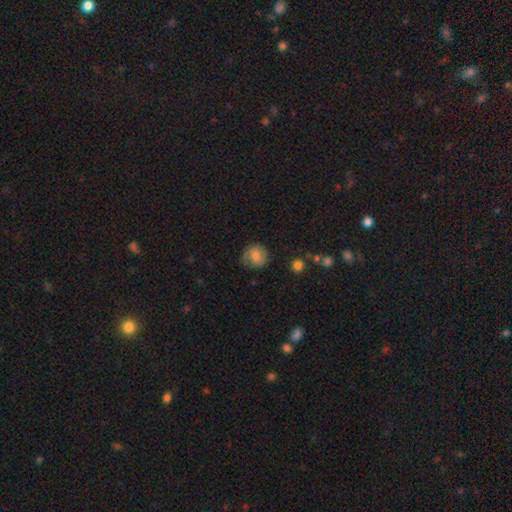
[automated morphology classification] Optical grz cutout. It shows a smooth galaxy with no disk features (73%) that is round (84%). Merging: none (74%).